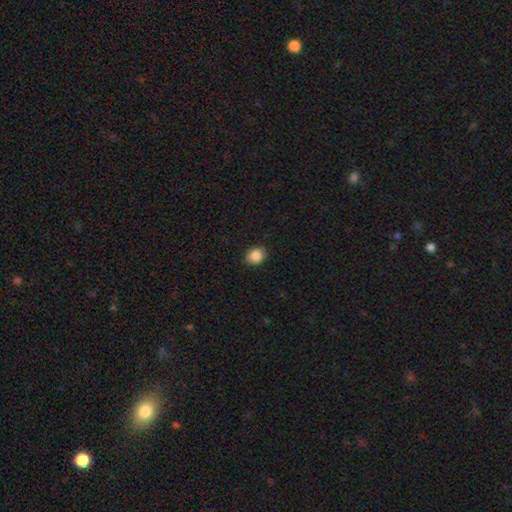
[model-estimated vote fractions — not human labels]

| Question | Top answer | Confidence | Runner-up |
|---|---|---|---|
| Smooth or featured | smooth | 88% | star or artifact (9%) |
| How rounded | round | 52% | in between (48%) |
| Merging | none | 89% | minor disturbance (8%) |